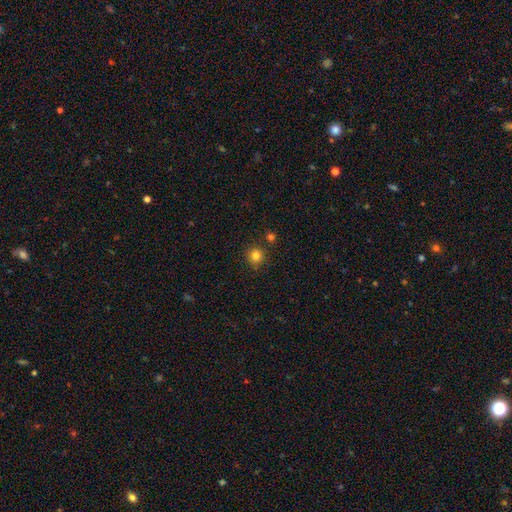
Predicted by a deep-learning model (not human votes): Smooth or featured? Predicted: smooth (p=0.81). How rounded? Predicted: round (p=0.92). Merging? Predicted: none (p=0.86).